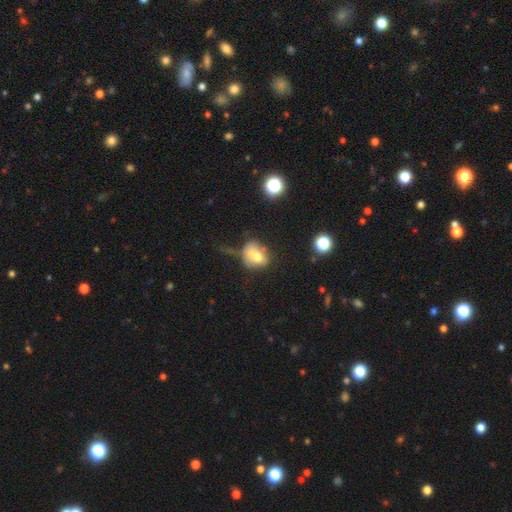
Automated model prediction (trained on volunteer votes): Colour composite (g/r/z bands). It shows a smooth galaxy with no disk features (62%) that is in between round and cigar-shaped (52%). Merging: none (30%).